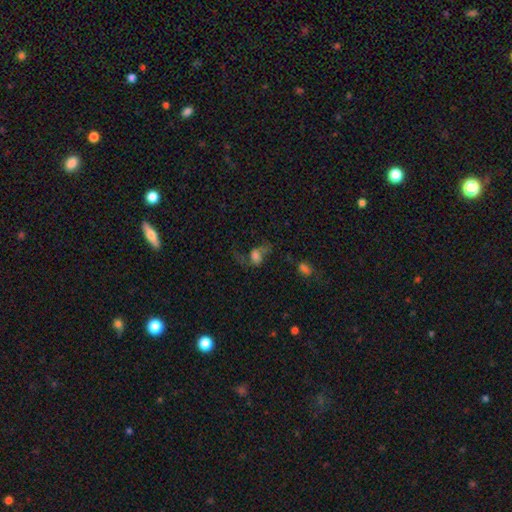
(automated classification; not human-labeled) Smooth or featured?
  - smooth: 52% *
  - featured or disk: 30%
  - star or artifact: 17%
How rounded?
  - in between: 63% *
  - round: 34%
  - cigar-shaped: 3%
Merging?
  - major disturbance: 44% *
  - none: 30%
  - minor disturbance: 18%
  - merger: 8%